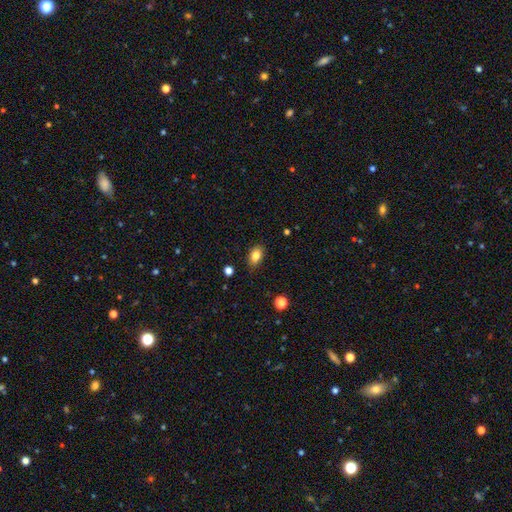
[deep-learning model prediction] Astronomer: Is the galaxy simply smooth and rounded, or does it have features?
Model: smooth — 83%.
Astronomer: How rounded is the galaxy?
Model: in between — 84%.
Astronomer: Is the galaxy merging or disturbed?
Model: none — 84%.